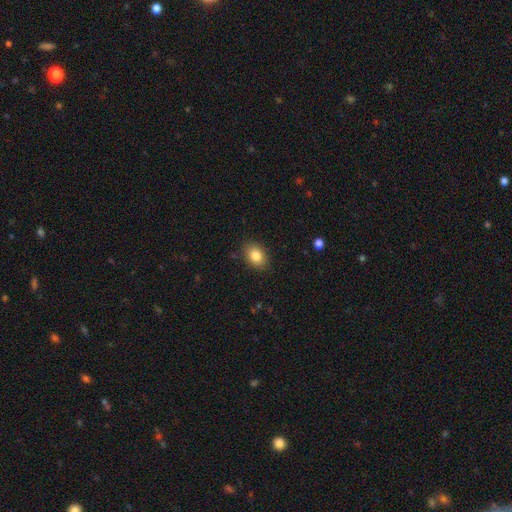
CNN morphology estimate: smooth-or-featured: smooth: 84% | star or artifact: 9% | featured or disk: 7%
  how-rounded: in between: 74% | round: 25% | cigar-shaped: 1%
  merging: none: 86% | minor disturbance: 10% | major disturbance: 3% | merger: 1%